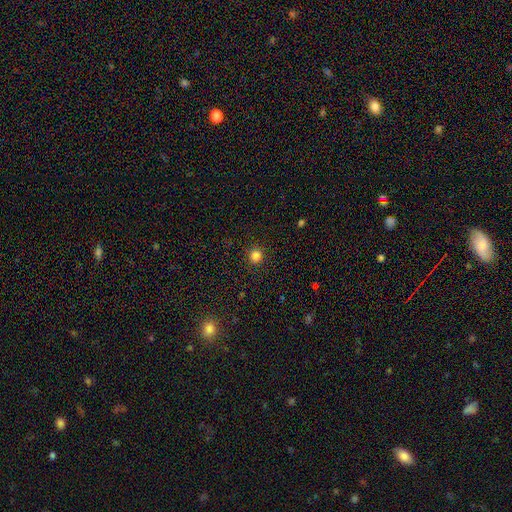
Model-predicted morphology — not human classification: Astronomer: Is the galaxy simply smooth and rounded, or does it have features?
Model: smooth — 84%.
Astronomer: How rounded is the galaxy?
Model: round — 92%.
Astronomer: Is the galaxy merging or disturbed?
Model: none — 91%.